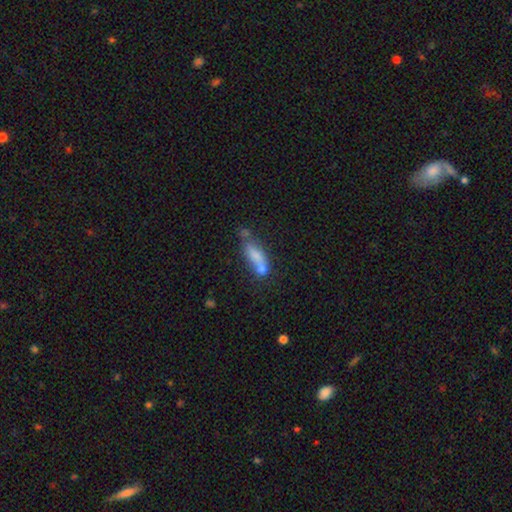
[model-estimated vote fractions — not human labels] The model was most divided on "merging": none: 38%, merger: 34%, minor disturbance: 18%, major disturbance: 9%. More confident: smooth or featured — smooth (67%); how rounded — in between (51%).